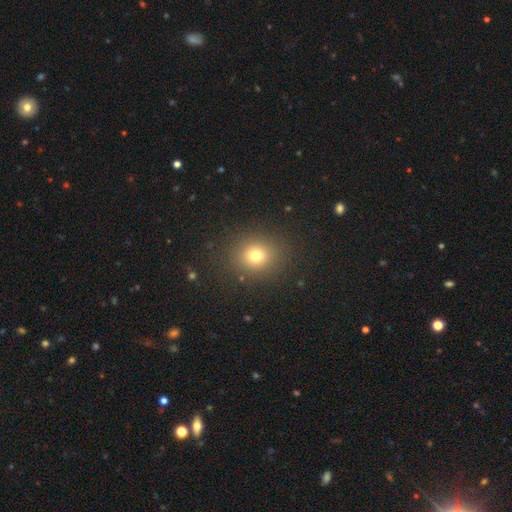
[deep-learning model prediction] This is likely a smooth galaxy (74%). How rounded: likely round (76%). Merging: clearly none (87%).